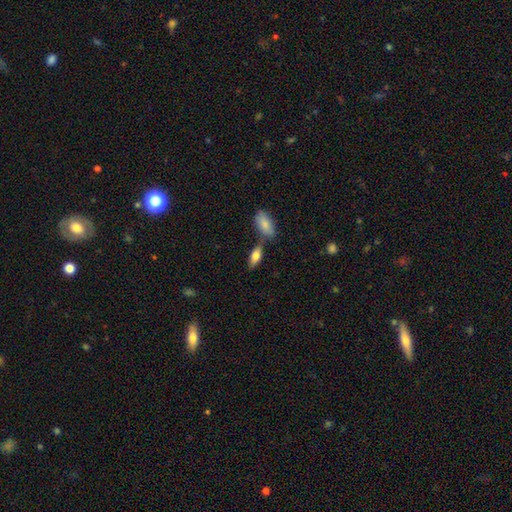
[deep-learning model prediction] This is likely a smooth galaxy (72%). How rounded: likely in between (77%). Merging: possibly none (59%).